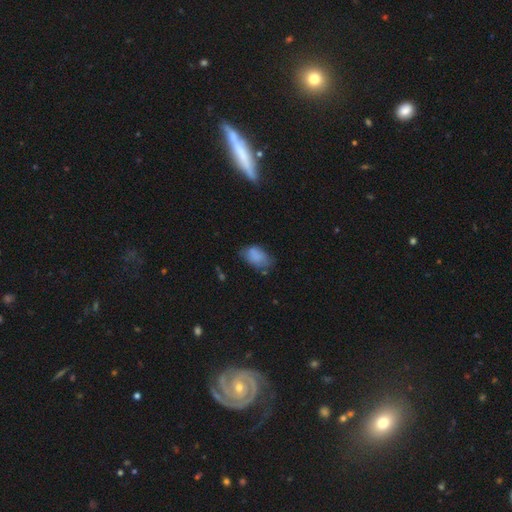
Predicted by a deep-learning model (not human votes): smooth 79%, featured or disk 12%, star or artifact 9%. Down the decision tree: how rounded — in between (89%); merging — none (48%).